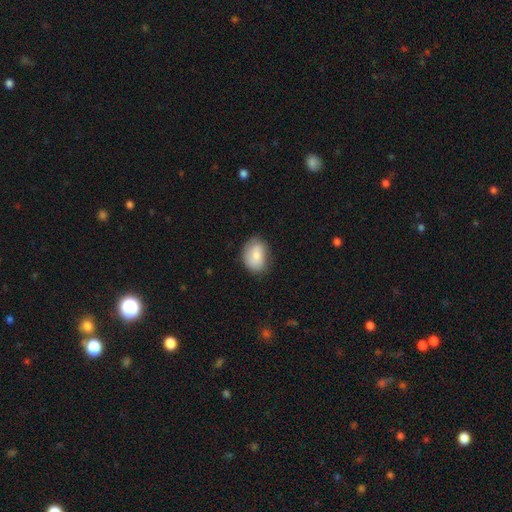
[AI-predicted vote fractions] smooth 79%, featured or disk 14%, star or artifact 7%. Down the decision tree: how rounded — in between (79%); merging — none (75%).